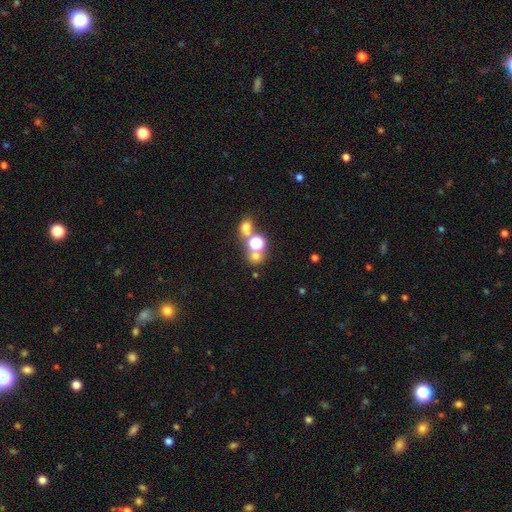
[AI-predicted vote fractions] smooth 60%, star or artifact 29%, featured or disk 11%. Down the decision tree: how rounded — round (81%); merging — none (55%).